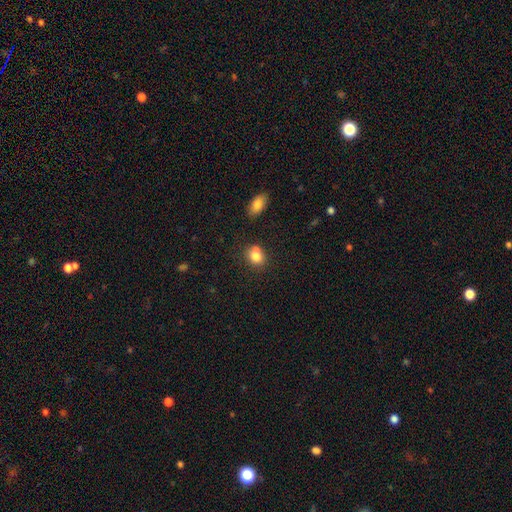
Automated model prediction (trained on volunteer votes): smooth_or_featured: smooth (p=0.79) [alt: star or artifact p=0.11]
how_rounded: round (p=0.59) [alt: in between p=0.40]
merging: none (p=0.49) [alt: merger p=0.33]